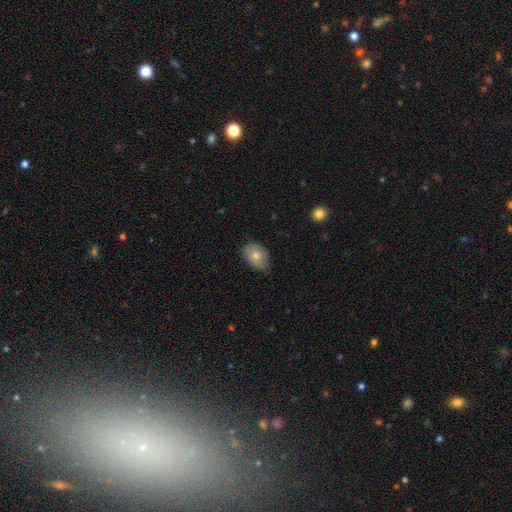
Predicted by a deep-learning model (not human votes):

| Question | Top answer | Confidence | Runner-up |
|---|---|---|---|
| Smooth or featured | smooth | 75% | featured or disk (18%) |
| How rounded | in between | 82% | round (17%) |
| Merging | none | 72% | minor disturbance (24%) |